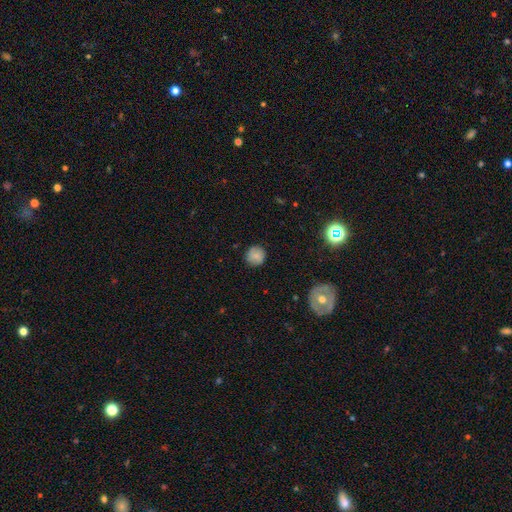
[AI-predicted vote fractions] This appears to be a smooth galaxy with no disk features (77%) that is round (91%). Merging: none (86%).